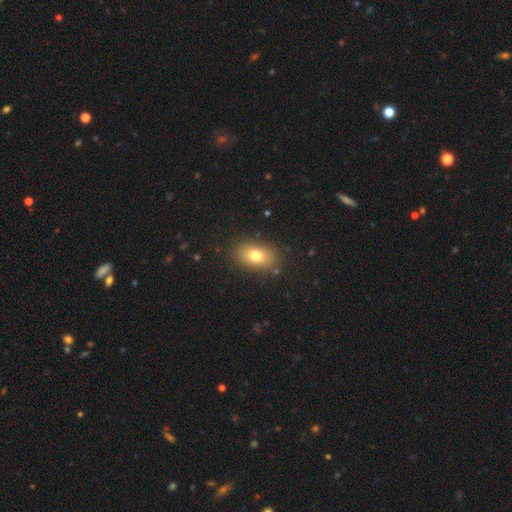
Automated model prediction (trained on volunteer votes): Smooth or featured? smooth (78%)
How rounded? in between (85%)
Merging? none (86%)